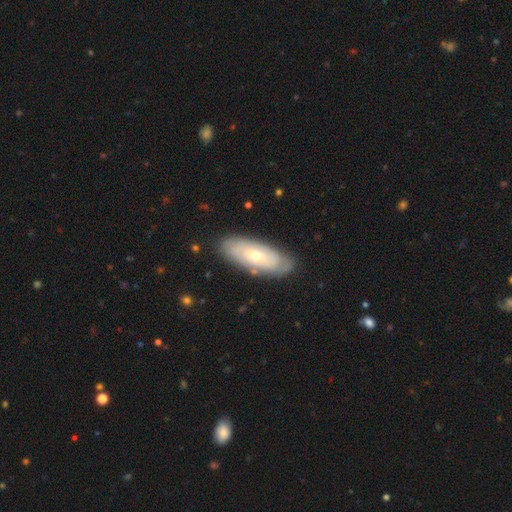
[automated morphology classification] This appears to be a featured or disk galaxy (56%). Merging: none (81%).